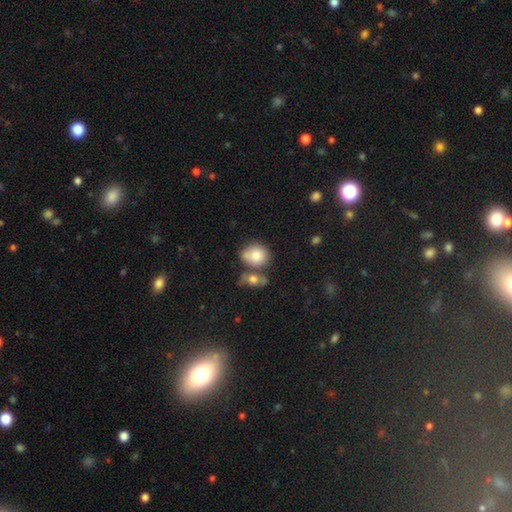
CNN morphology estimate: This appears to be a smooth galaxy with no disk features (81%) that is round (59%). Merging: none (43%).